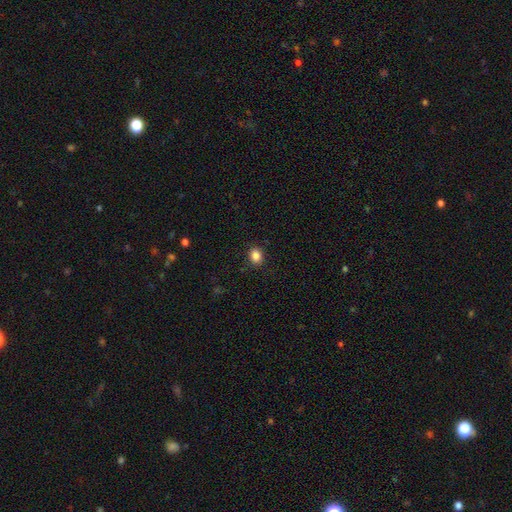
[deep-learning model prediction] The model was most divided on "how rounded": in between: 50%, round: 49%, cigar-shaped: 1%. More confident: merging — none (89%); smooth or featured — smooth (86%).